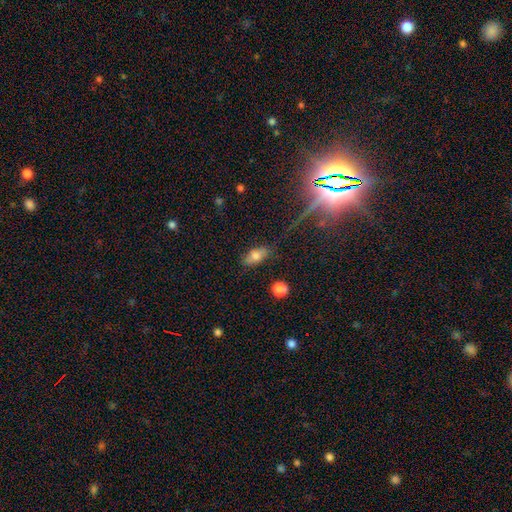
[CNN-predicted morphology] Smooth or featured? Predicted: smooth (p=0.73). How rounded? Predicted: in between (p=0.85). Merging? Predicted: none (p=0.75).